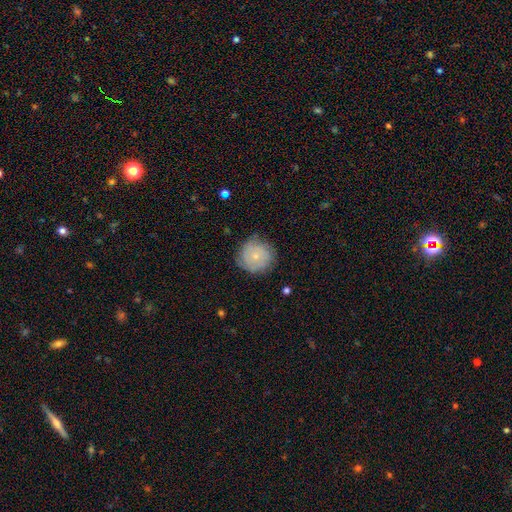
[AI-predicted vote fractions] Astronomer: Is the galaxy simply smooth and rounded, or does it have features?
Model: smooth — 56% (runner-up: featured or disk, 36%).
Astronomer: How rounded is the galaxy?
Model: round — 92%.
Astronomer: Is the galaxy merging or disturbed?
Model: none — 71%.